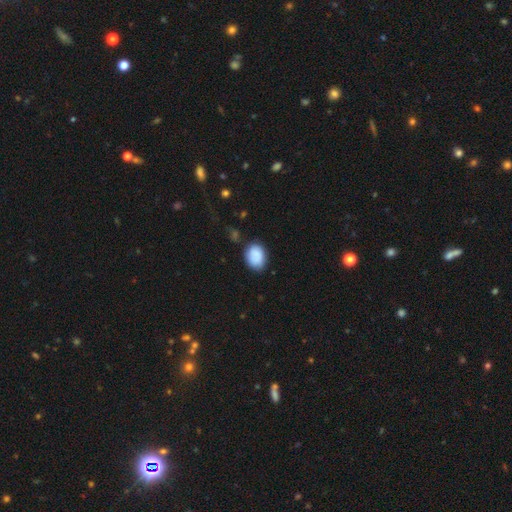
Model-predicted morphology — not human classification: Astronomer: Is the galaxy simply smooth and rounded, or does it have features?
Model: smooth — 86%.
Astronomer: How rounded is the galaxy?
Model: in between — 70%.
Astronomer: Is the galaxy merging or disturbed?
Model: none — 72%.